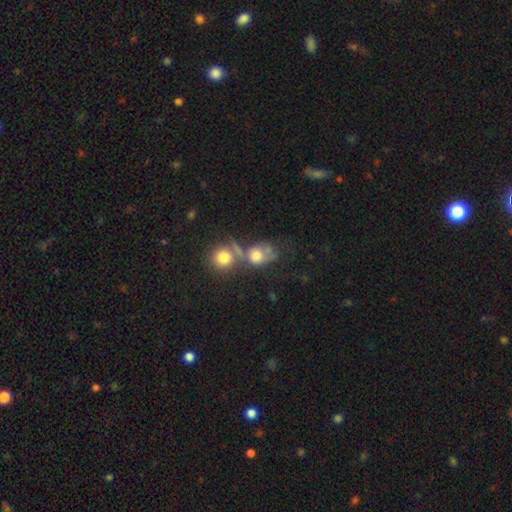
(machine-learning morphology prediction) A smooth galaxy with no disk features (67%) that is round (54%). Merging: merger (48%).